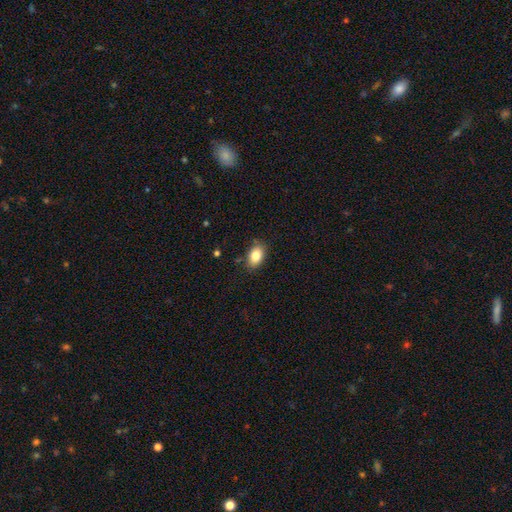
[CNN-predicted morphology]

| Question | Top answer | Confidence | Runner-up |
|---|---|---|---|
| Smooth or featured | smooth | 82% | featured or disk (9%) |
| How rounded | in between | 86% | round (13%) |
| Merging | none | 83% | minor disturbance (12%) |